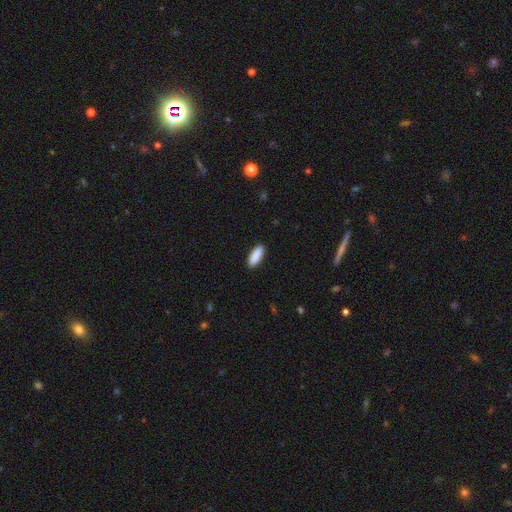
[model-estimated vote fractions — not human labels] smooth-or-featured: smooth: 91% | star or artifact: 6% | featured or disk: 3%
  how-rounded: in between: 70% | cigar-shaped: 29% | round: 2%
  merging: none: 90% | minor disturbance: 7% | major disturbance: 2% | merger: 1%